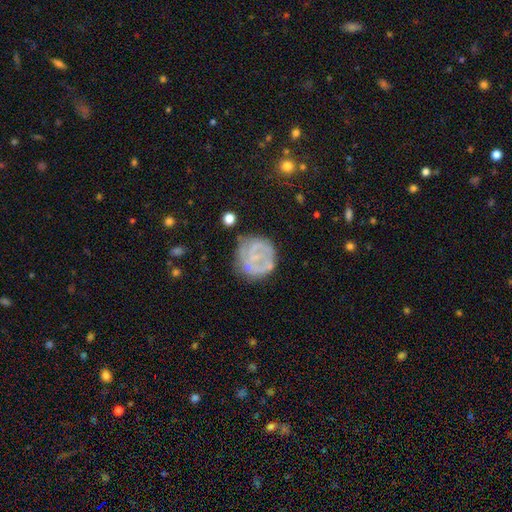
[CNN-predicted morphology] This appears to be a featured or disk galaxy (59%) with no bar (60%), spiral arms (57%) and no central bulge (45%). Merging: none (66%).